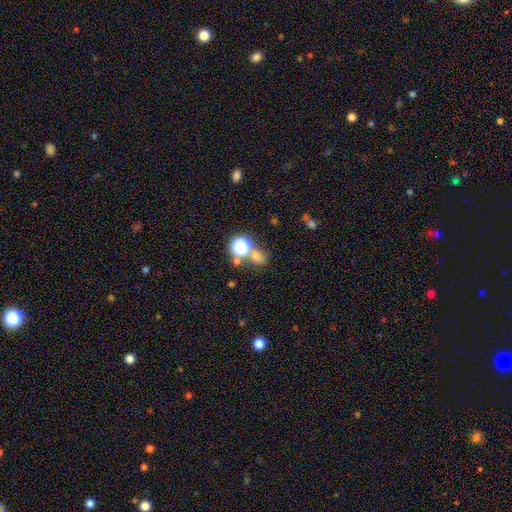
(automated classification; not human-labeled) This appears to be a smooth galaxy with no disk features (64%) that is round (69%). Merging: none (59%).